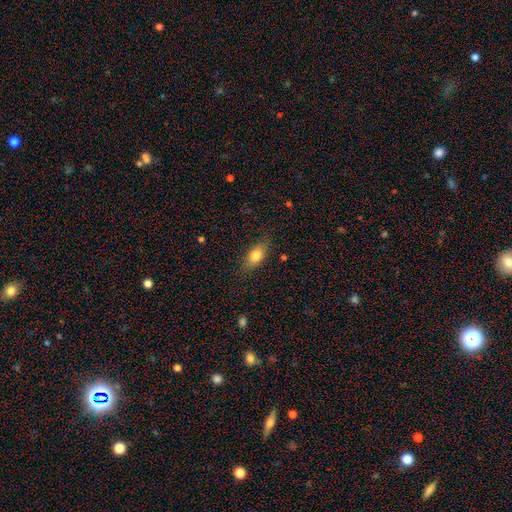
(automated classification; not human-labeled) Morphology: type=smooth (77%); roundness=in between (83%); merging=none (81%).